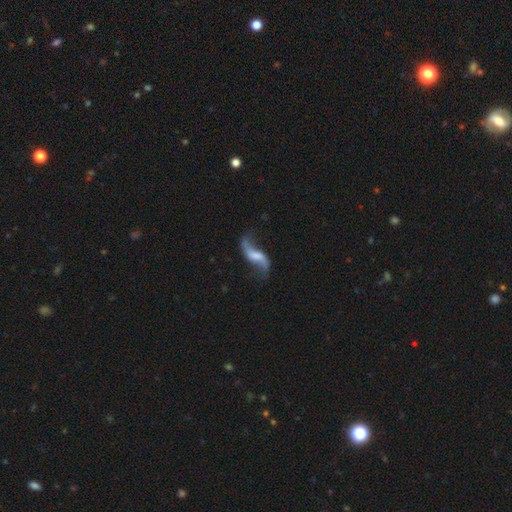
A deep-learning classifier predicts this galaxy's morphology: Smooth or featured? Predicted: featured or disk (p=0.83). Edge-on disk? Predicted: no (p=0.93). Bar? Predicted: weak (p=0.46). Spiral arms? Predicted: yes (p=0.94). Spiral winding? Predicted: loose (p=0.92). Spiral arm count? Predicted: 2 (p=0.92). Bulge size? Predicted: none (p=0.38). Merging? Predicted: none (p=0.67).